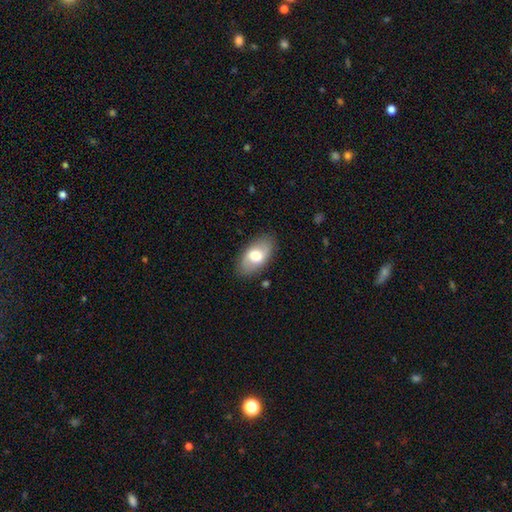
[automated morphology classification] Smooth or featured? Predicted: smooth (p=0.63). How rounded? Predicted: in between (p=0.93). Merging? Predicted: none (p=0.85).